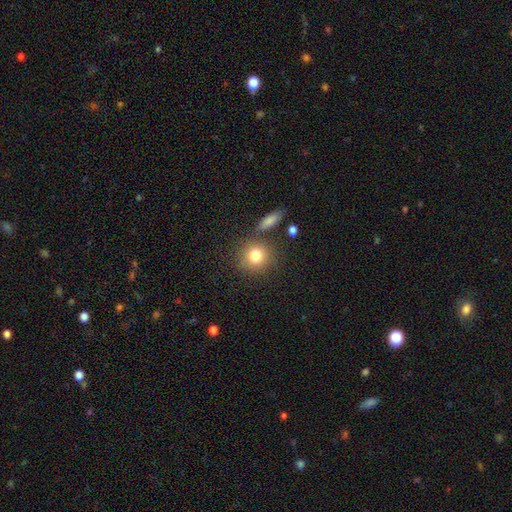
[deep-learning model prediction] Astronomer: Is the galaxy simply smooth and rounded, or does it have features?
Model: smooth — 81%.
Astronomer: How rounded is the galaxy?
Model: round — 84%.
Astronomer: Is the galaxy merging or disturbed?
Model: none — 75%.